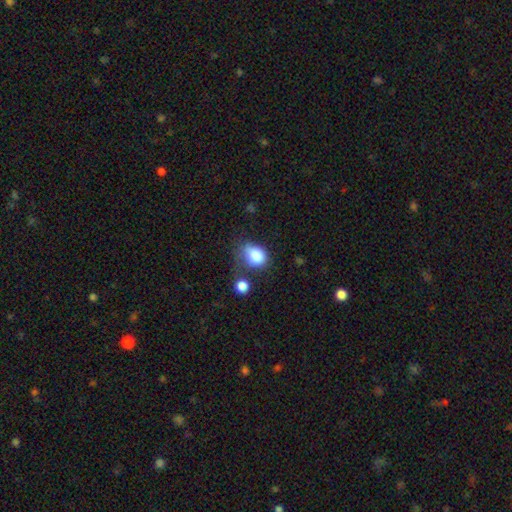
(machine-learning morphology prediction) Smooth or featured?
  - smooth: 82% *
  - star or artifact: 10%
  - featured or disk: 8%
How rounded?
  - in between: 54% *
  - round: 45%
  - cigar-shaped: 1%
Merging?
  - none: 37% *
  - minor disturbance: 30%
  - major disturbance: 18%
  - merger: 15%